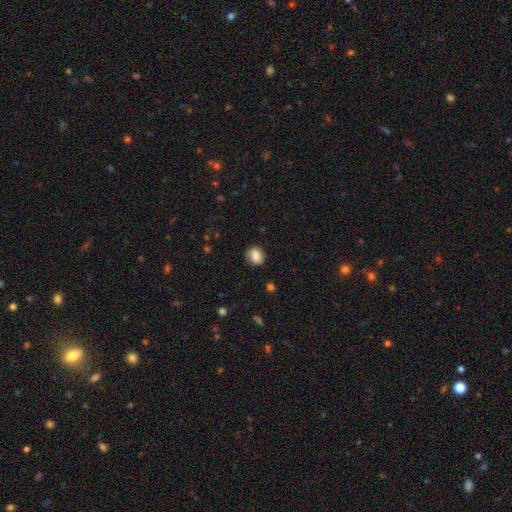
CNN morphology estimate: Smooth or featured?
  - smooth: 79% *
  - featured or disk: 13%
  - star or artifact: 9%
How rounded?
  - round: 56% *
  - in between: 42%
  - cigar-shaped: 1%
Merging?
  - none: 78% *
  - minor disturbance: 16%
  - major disturbance: 5%
  - merger: 2%